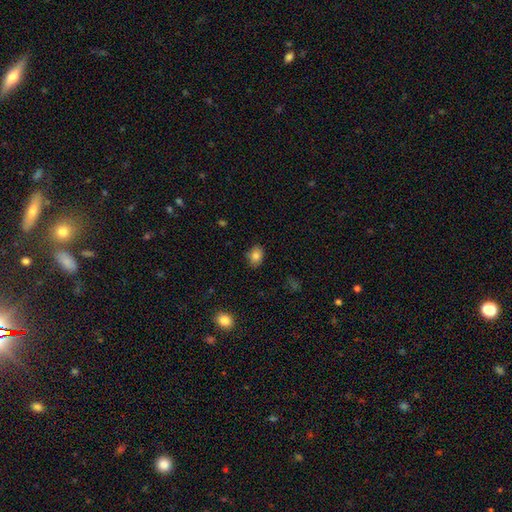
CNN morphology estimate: type=smooth (84%); roundness=in between (68%); merging=none (83%).